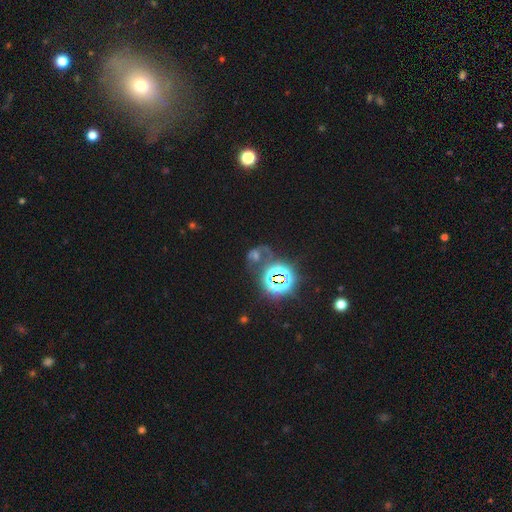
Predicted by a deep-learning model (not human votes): Q: Smooth or featured?
A: star or artifact (59%); runner-up: featured or disk (21%)